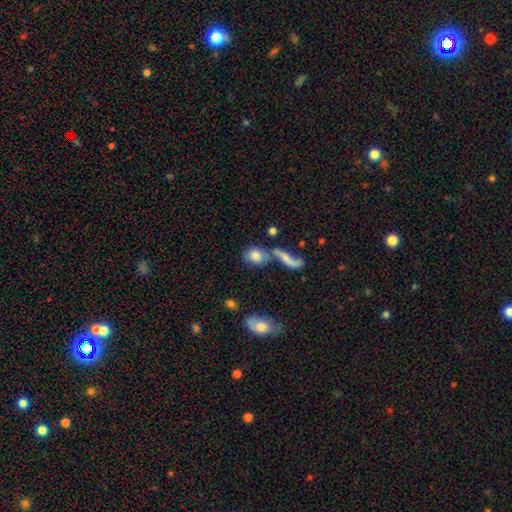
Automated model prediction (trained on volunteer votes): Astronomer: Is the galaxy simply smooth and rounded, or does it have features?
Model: smooth — 75%.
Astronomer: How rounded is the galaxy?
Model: in between — 51% (runner-up: round, 45%).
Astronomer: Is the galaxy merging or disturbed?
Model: none — 43% (runner-up: merger, 35%).